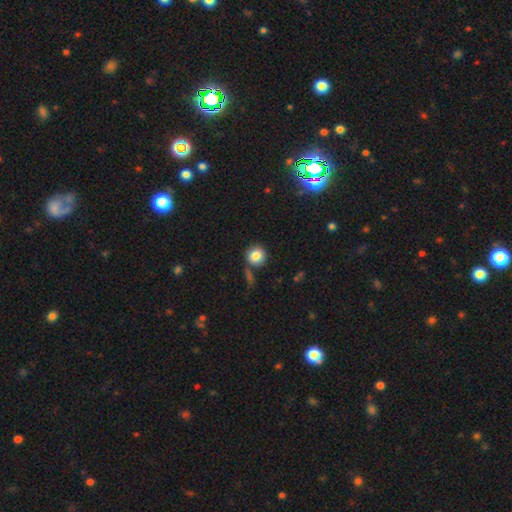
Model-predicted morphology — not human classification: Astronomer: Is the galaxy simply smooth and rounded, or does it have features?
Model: smooth — 84%.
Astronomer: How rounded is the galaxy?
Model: round — 91%.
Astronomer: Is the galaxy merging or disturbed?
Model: none — 77%.